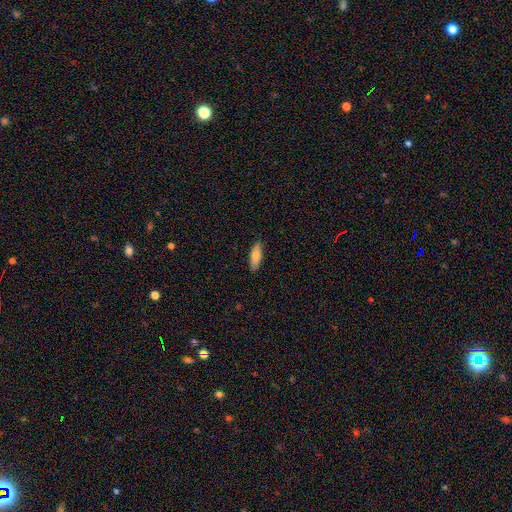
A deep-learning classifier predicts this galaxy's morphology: Smooth or featured?
  - smooth: 77% *
  - featured or disk: 17%
  - star or artifact: 6%
How rounded?
  - in between: 59% *
  - cigar-shaped: 39%
  - round: 2%
Merging?
  - none: 88% *
  - minor disturbance: 9%
  - major disturbance: 2%
  - merger: 1%